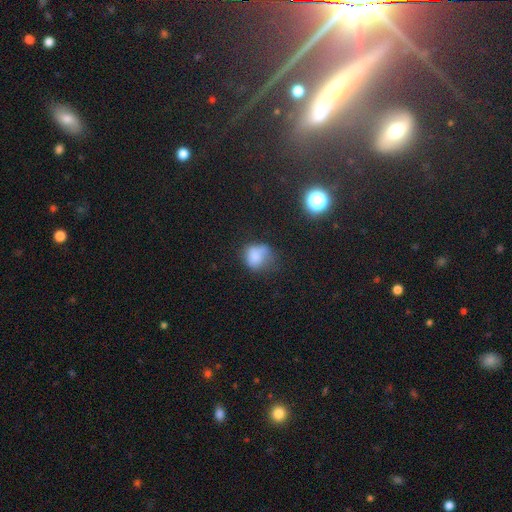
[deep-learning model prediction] Smooth or featured?
  - smooth: 74% *
  - star or artifact: 13%
  - featured or disk: 13%
How rounded?
  - round: 63% *
  - in between: 36%
  - cigar-shaped: 1%
Merging?
  - none: 39% *
  - minor disturbance: 34%
  - major disturbance: 23%
  - merger: 4%